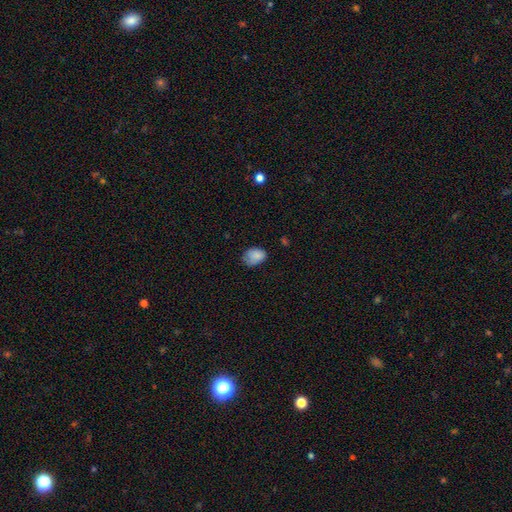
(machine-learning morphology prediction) Overall: smooth (83%). How rounded: in between (73%). Merging: none (52%; minor disturbance 35%).